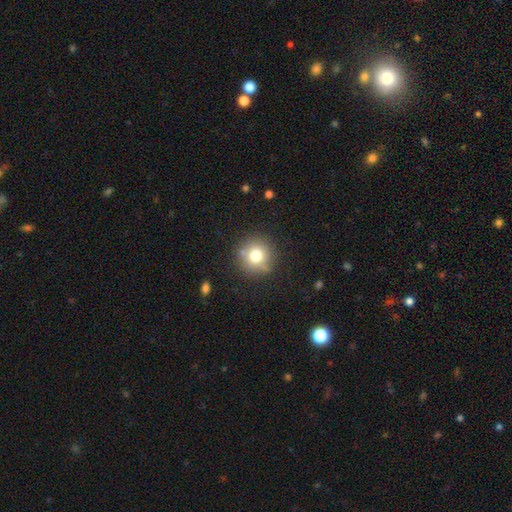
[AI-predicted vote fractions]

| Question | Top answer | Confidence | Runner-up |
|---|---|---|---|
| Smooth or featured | smooth | 75% | star or artifact (13%) |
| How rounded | round | 93% | in between (6%) |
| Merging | none | 83% | minor disturbance (10%) |